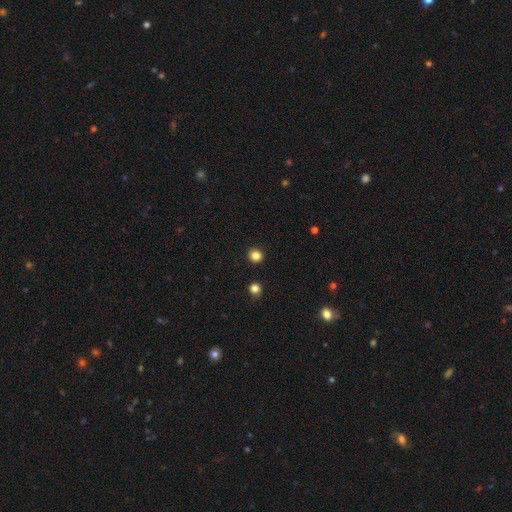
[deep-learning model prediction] Smooth or featured: smooth — 84% (star or artifact — 12%)
How rounded: round — 93% (in between — 6%)
Merging: none — 92% (minor disturbance — 5%)